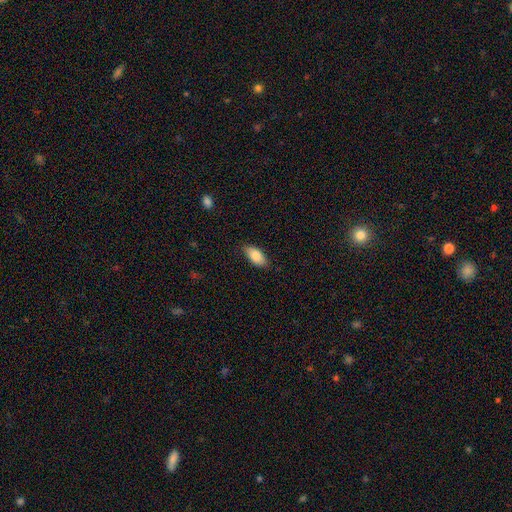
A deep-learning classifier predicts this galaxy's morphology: Q: Smooth or featured?
A: smooth (85%); runner-up: featured or disk (9%)
Q: How rounded?
A: in between (90%); runner-up: cigar-shaped (7%)
Q: Merging?
A: none (83%); runner-up: minor disturbance (14%)